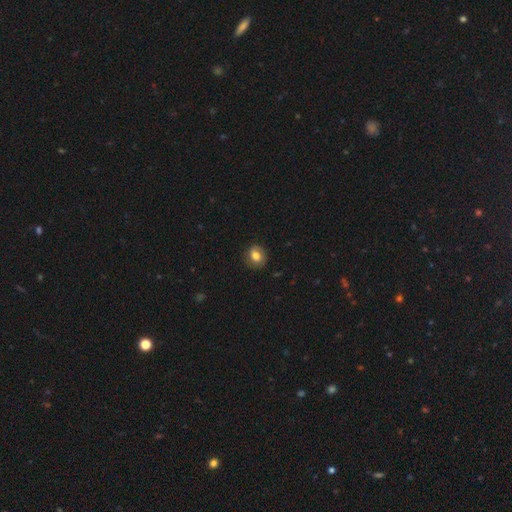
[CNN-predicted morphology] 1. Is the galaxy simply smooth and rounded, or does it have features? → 78% smooth, 13% featured or disk, 9% star or artifact.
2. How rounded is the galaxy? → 62% round, 37% in between, 1% cigar-shaped.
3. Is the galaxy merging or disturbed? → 83% none, 12% minor disturbance, 3% major disturbance, 1% merger.